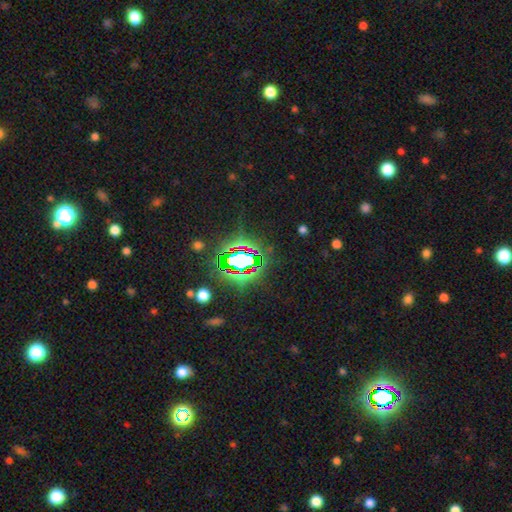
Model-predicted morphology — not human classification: Smooth or featured?
  - star or artifact: 83% *
  - smooth: 10%
  - featured or disk: 7%